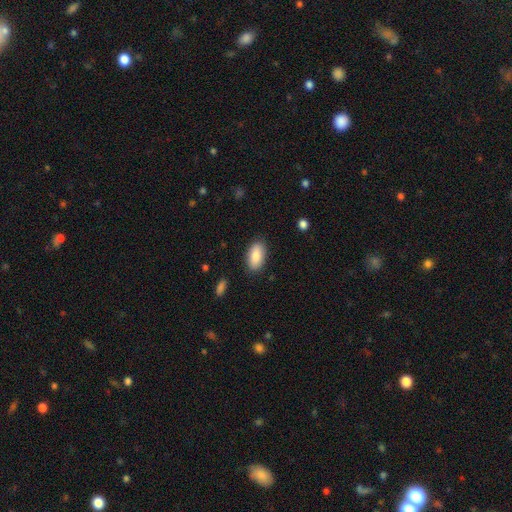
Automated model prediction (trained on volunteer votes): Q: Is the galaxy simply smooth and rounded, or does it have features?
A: smooth — 85%.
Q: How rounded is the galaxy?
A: in between — 92%.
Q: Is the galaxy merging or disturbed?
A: none — 87%.